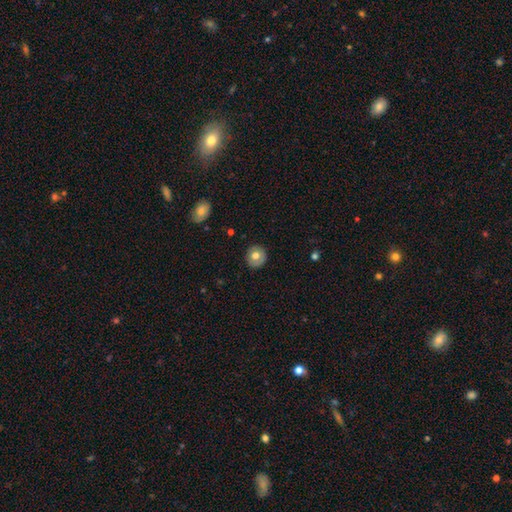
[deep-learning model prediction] Smooth or featured: smooth — 69% (featured or disk — 23%)
How rounded: round — 90% (in between — 9%)
Merging: none — 88% (minor disturbance — 9%)